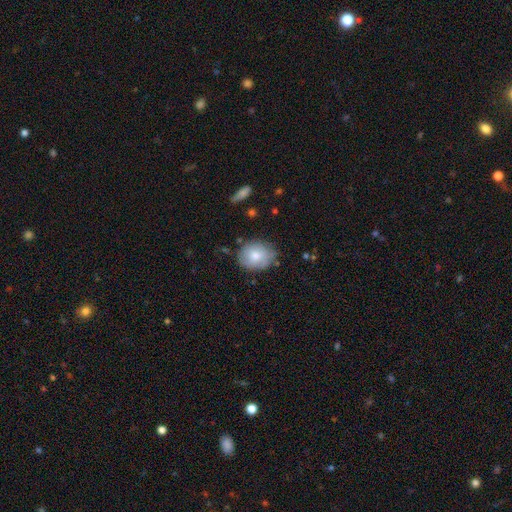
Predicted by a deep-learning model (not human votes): smooth-or-featured: smooth: 76% | featured or disk: 17% | star or artifact: 7%
  how-rounded: round: 57% | in between: 42% | cigar-shaped: 1%
  merging: none: 72% | minor disturbance: 21% | major disturbance: 4% | merger: 2%